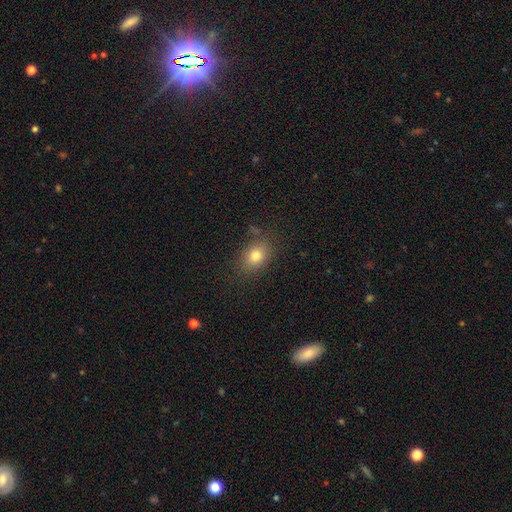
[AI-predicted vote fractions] smooth 78%, star or artifact 12%, featured or disk 10%. Down the decision tree: how rounded — in between (68%); merging — none (81%).